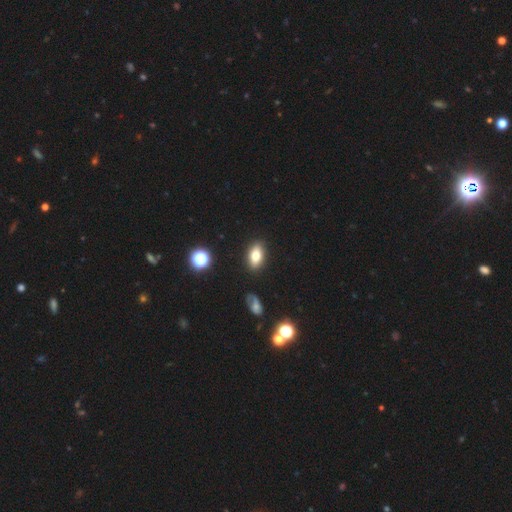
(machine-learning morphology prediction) smooth_or_featured: smooth (p=0.74) [alt: featured or disk p=0.15]
how_rounded: in between (p=0.86) [alt: round p=0.08]
merging: none (p=0.87) [alt: minor disturbance p=0.09]